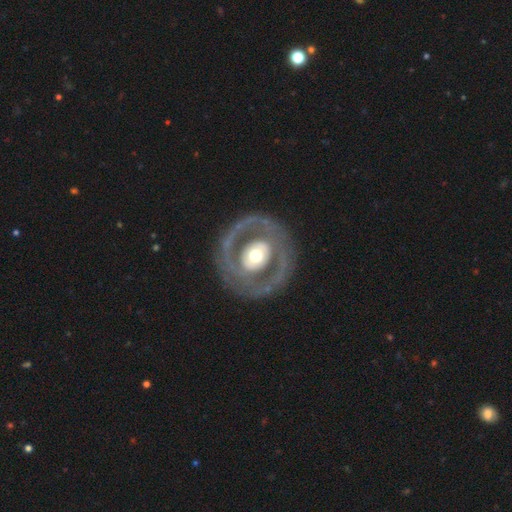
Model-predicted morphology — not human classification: A featured or disk galaxy (77%) with no bar (61%), spiral arms (57%) and a moderate central bulge (61%). Merging: none (78%).